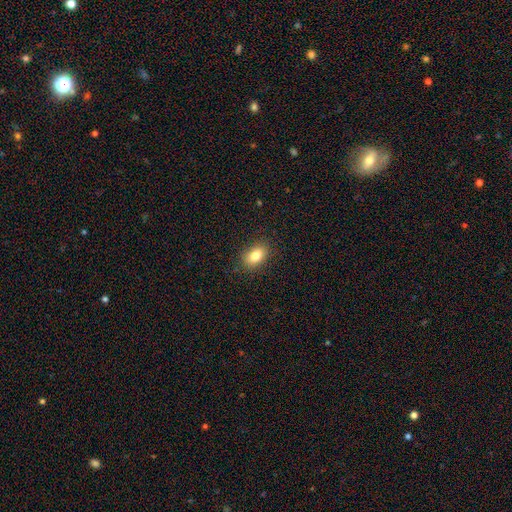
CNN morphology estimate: Smooth or featured: smooth — 82% (star or artifact — 9%)
How rounded: in between — 84% (round — 15%)
Merging: none — 87% (minor disturbance — 9%)